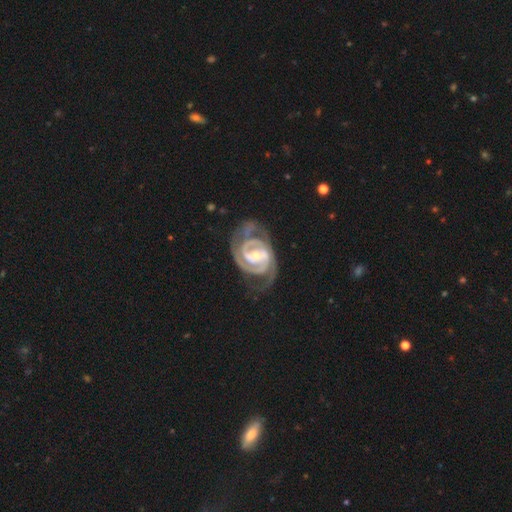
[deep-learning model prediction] A featured or disk galaxy (93%) with a weak bar (42%), 2 (60%) tight (63%) spiral arms (98%) and a moderate central bulge (48%). Merging: none (63%).